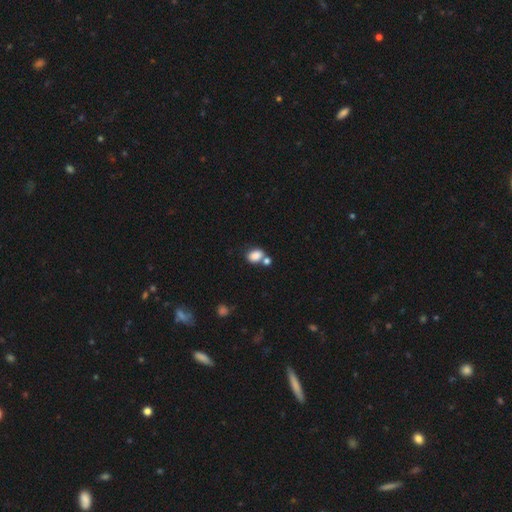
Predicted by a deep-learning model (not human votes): Smooth or featured: smooth — 85% (star or artifact — 10%)
How rounded: in between — 76% (round — 23%)
Merging: none — 49% (merger — 35%)